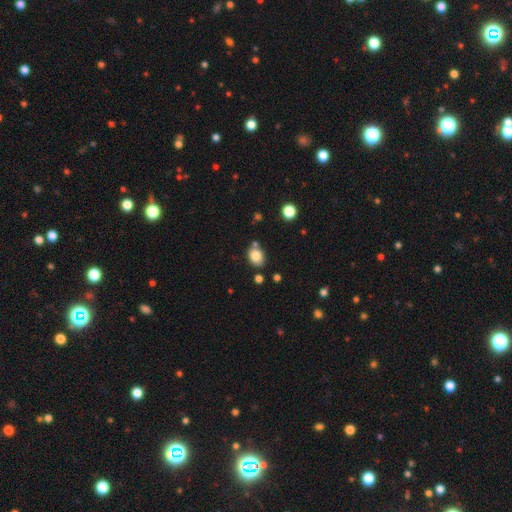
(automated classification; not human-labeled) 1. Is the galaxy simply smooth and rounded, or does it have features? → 83% smooth, 10% star or artifact, 7% featured or disk.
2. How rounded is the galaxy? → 58% in between, 41% round, 1% cigar-shaped.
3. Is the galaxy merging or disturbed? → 72% none, 14% minor disturbance, 11% merger, 3% major disturbance.